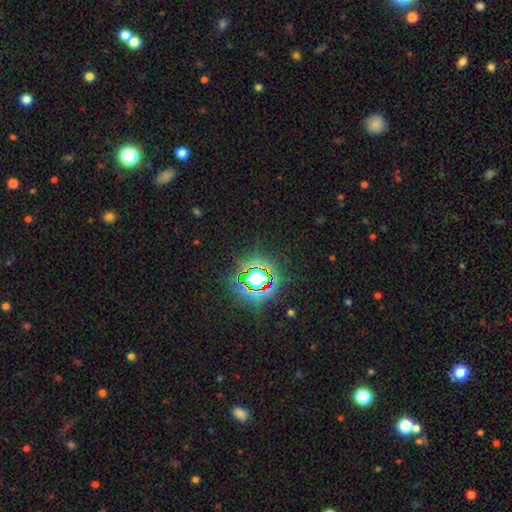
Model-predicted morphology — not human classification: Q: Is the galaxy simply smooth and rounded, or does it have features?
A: star or artifact — 79%.